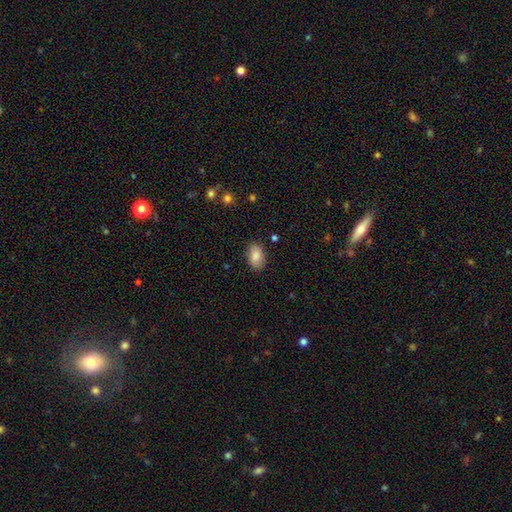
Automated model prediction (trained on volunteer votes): Q: Smooth or featured?
A: smooth (86%); runner-up: star or artifact (7%)
Q: How rounded?
A: in between (91%); runner-up: round (8%)
Q: Merging?
A: none (85%); runner-up: minor disturbance (11%)